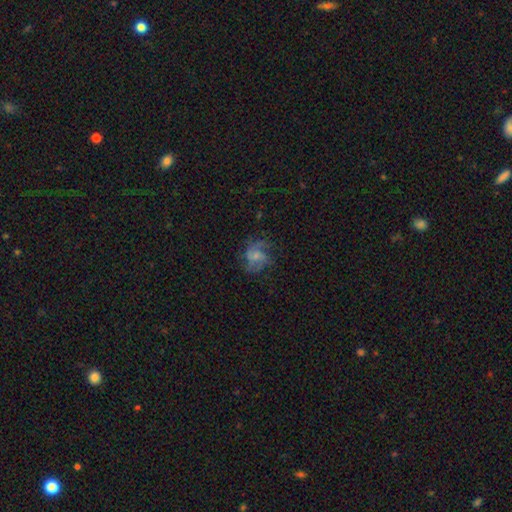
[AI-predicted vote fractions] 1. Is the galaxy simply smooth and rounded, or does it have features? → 59% featured or disk, 30% smooth, 11% star or artifact.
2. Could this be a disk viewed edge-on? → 98% no, 2% yes.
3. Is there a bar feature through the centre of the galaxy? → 64% no, 31% weak, 5% strong.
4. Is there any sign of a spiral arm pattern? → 78% yes, 22% no.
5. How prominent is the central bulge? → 45% small, 28% moderate, 21% none, 4% large, 1% dominant.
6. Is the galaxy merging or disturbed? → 56% none, 22% major disturbance, 20% minor disturbance, 2% merger.